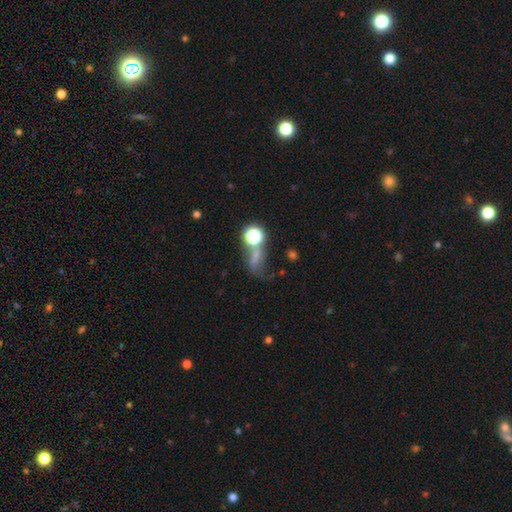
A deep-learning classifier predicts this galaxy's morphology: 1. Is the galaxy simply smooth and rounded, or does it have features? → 51% smooth, 29% star or artifact, 20% featured or disk.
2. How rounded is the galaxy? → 51% in between, 41% round, 8% cigar-shaped.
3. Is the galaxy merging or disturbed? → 36% none, 25% major disturbance, 23% merger, 17% minor disturbance.